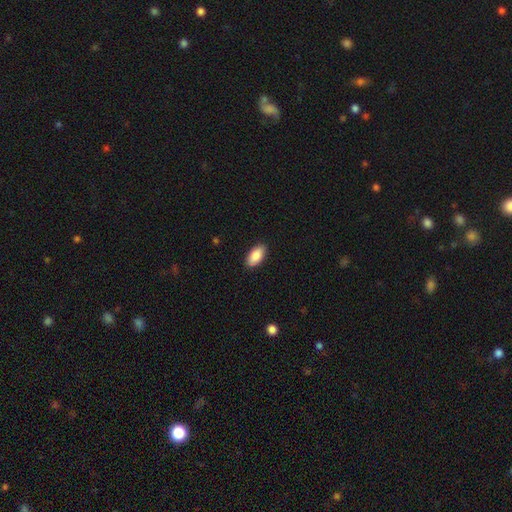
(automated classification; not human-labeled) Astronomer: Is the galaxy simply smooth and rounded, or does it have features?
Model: smooth — 87%.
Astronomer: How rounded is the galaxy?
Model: in between — 92%.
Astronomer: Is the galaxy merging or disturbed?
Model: none — 89%.